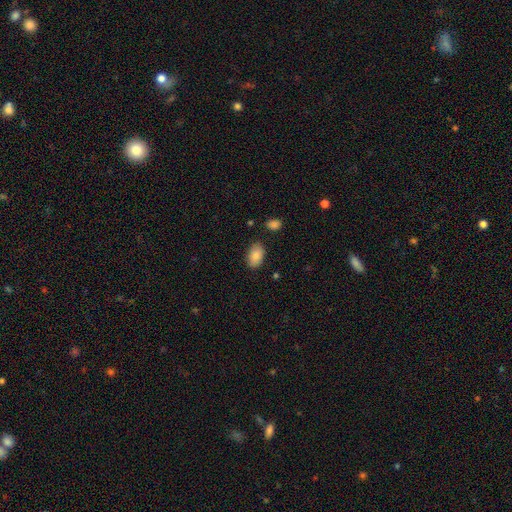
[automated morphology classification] A smooth galaxy with no disk features (87%) that is in between round and cigar-shaped (93%).

Vote fractions:
- Smooth or featured? smooth: 87% / star or artifact: 7% / featured or disk: 6%
- How rounded? in between: 93% / round: 6% / cigar-shaped: 1%
- Merging? none: 84% / minor disturbance: 11% / major disturbance: 3% / merger: 2%